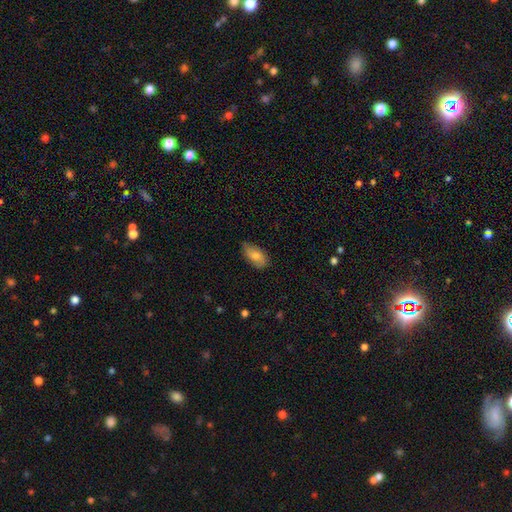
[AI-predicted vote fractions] Smooth or featured?
  - smooth: 74% *
  - featured or disk: 20%
  - star or artifact: 6%
How rounded?
  - in between: 92% *
  - cigar-shaped: 5%
  - round: 4%
Merging?
  - none: 75% *
  - minor disturbance: 21%
  - major disturbance: 3%
  - merger: 1%